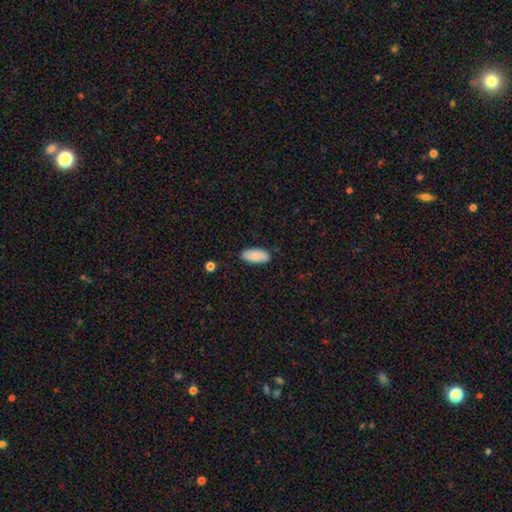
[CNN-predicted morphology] Smooth or featured: smooth — 87% (featured or disk — 7%)
How rounded: in between — 90% (cigar-shaped — 8%)
Merging: none — 85% (minor disturbance — 12%)